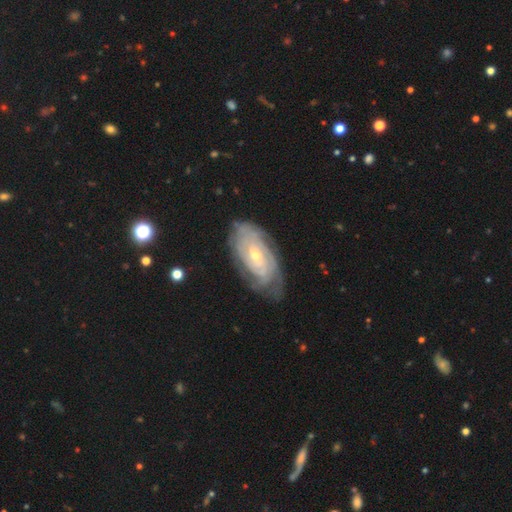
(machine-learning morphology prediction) type=featured or disk (83%); edge-on=no (94%); bar=no (60%); spiral arms=yes (93%); winding=tight (79%); arm count=can't tell (50%); bulge=small (63%); merging=none (71%).